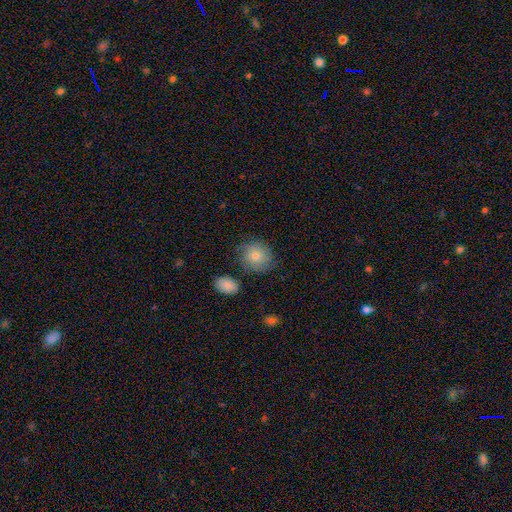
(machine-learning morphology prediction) Smooth or featured?
  - smooth: 69% *
  - featured or disk: 21%
  - star or artifact: 9%
How rounded?
  - round: 73% *
  - in between: 25%
  - cigar-shaped: 1%
Merging?
  - none: 72% *
  - minor disturbance: 19%
  - major disturbance: 6%
  - merger: 4%